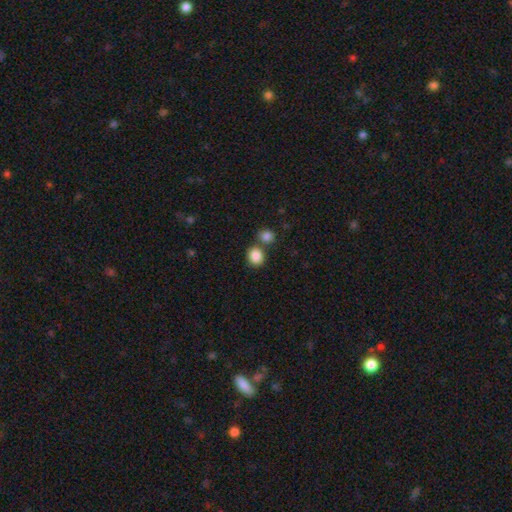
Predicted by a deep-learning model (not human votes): Overall: smooth (87%). How rounded: round (72%). Merging: none (63%; merger 26%).